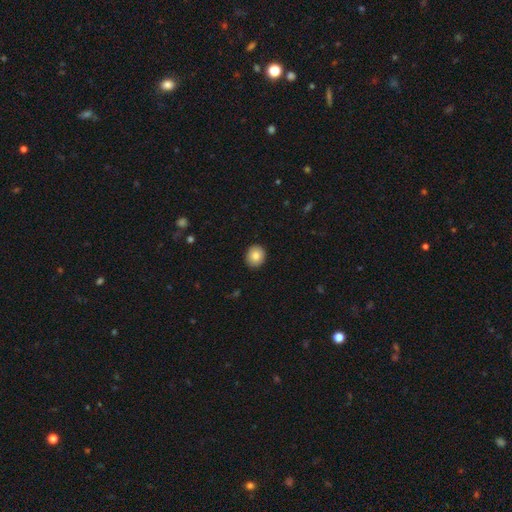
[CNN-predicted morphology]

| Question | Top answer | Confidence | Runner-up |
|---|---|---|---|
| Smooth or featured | smooth | 84% | star or artifact (8%) |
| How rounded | round | 80% | in between (19%) |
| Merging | none | 91% | minor disturbance (6%) |